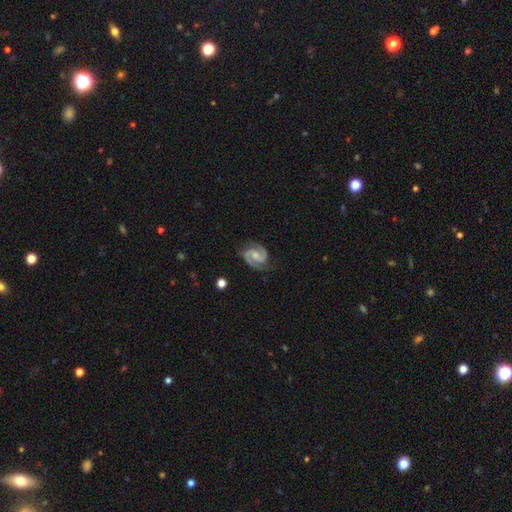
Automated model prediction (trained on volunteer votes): Overall: featured or disk (92%). Edge-on disk: no (98%). Bar: weak (45%; no 42%). Spiral arms: yes (99%). Spiral arm count: 2 (94%). Spiral winding: medium (54%; tight 38%). Bulge size: moderate (44%; small 42%). Merging: none (81%).